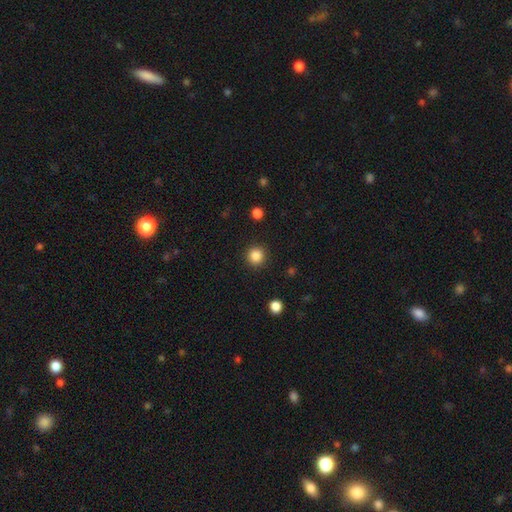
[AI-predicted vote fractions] A smooth galaxy with no disk features (86%) that is round (94%).

Vote fractions:
- Smooth or featured? smooth: 86% / star or artifact: 11% / featured or disk: 4%
- How rounded? round: 94% / in between: 5% / cigar-shaped: 1%
- Merging? none: 91% / minor disturbance: 5% / major disturbance: 2% / merger: 1%